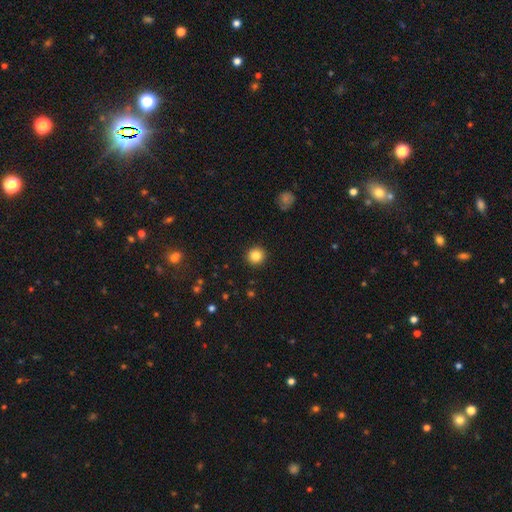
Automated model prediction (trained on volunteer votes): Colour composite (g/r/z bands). It shows a smooth galaxy with no disk features (84%) that is round (94%). Merging: none (92%).